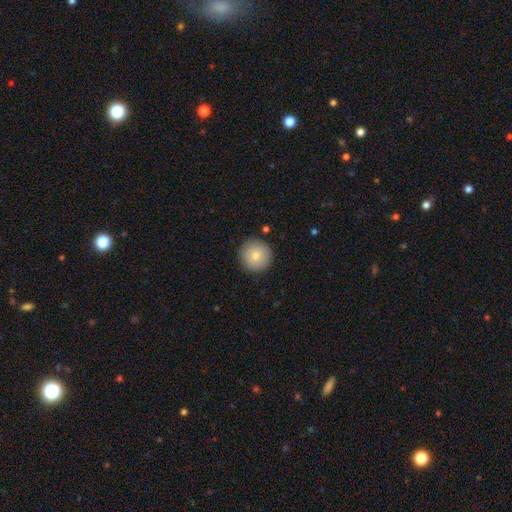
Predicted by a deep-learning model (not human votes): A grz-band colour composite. It shows a smooth galaxy with no disk features (80%) that is round (96%). Merging: none (90%).